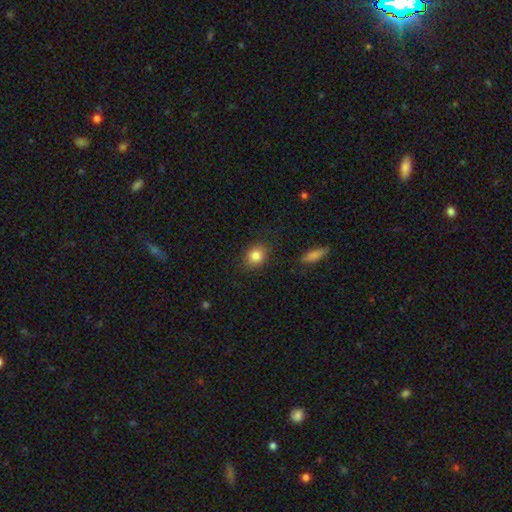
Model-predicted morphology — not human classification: Smooth or featured?
  - smooth: 84% *
  - star or artifact: 10%
  - featured or disk: 7%
How rounded?
  - round: 64% *
  - in between: 35%
  - cigar-shaped: 1%
Merging?
  - none: 83% *
  - minor disturbance: 12%
  - major disturbance: 3%
  - merger: 2%